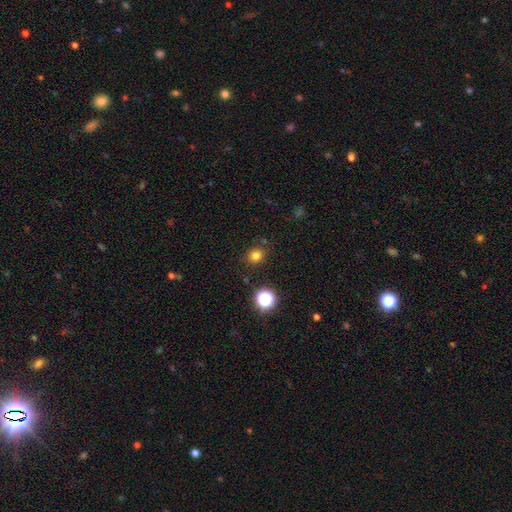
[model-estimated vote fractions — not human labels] Morphology: type=smooth (78%); roundness=round (74%); merging=none (85%).